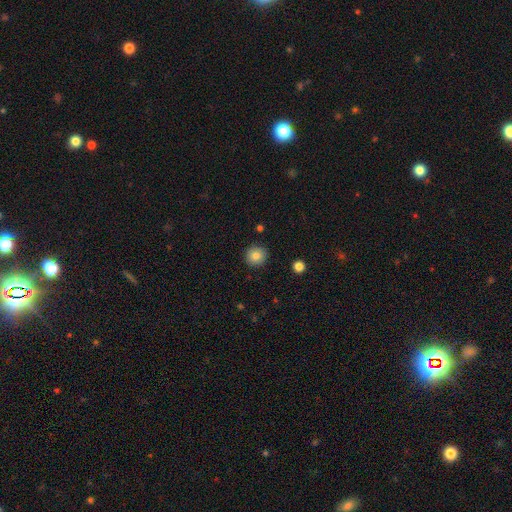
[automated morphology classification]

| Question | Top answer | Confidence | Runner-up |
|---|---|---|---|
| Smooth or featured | smooth | 82% | star or artifact (10%) |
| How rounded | round | 94% | in between (5%) |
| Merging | none | 91% | minor disturbance (6%) |